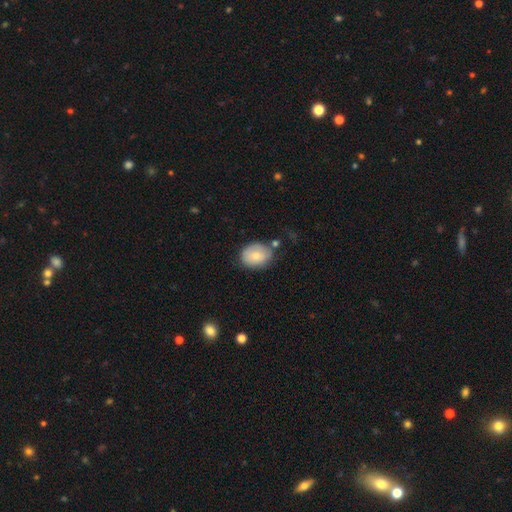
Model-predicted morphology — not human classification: type=smooth (75%); roundness=in between (61%); merging=none (61%).